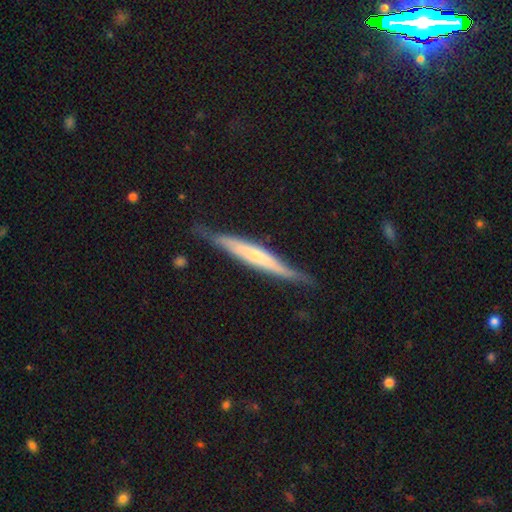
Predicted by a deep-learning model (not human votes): A featured or disk galaxy (55%) viewed edge-on (89%). Merging: none (73%).